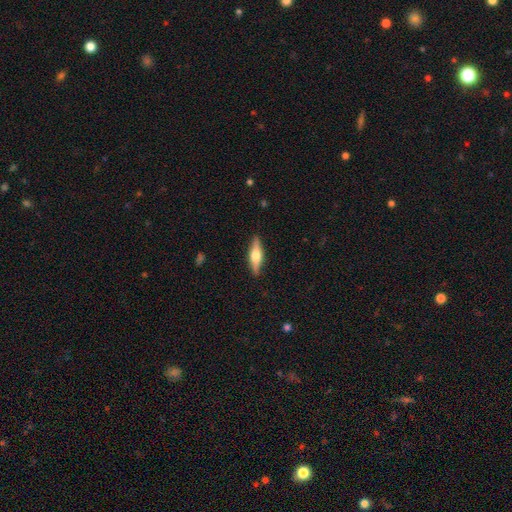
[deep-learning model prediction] Morphology: type=featured or disk (56%); edge-on=yes (94%); edge-on bulge=rounded (92%); merging=none (89%).